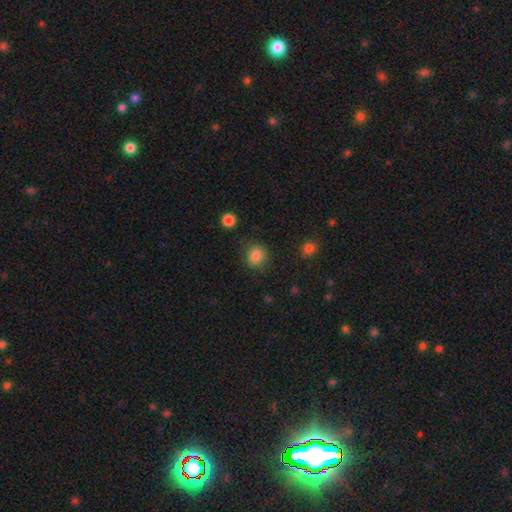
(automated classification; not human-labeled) smooth_or_featured: smooth (p=0.84) [alt: star or artifact p=0.11]
how_rounded: round (p=0.80) [alt: in between p=0.19]
merging: none (p=0.83) [alt: minor disturbance p=0.11]